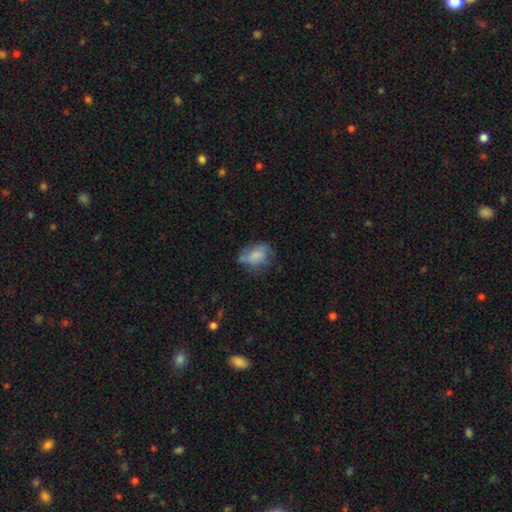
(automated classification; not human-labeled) Q: Smooth or featured?
A: smooth (67%); runner-up: featured or disk (23%)
Q: How rounded?
A: in between (71%); runner-up: round (28%)
Q: Merging?
A: none (49%); runner-up: minor disturbance (31%)